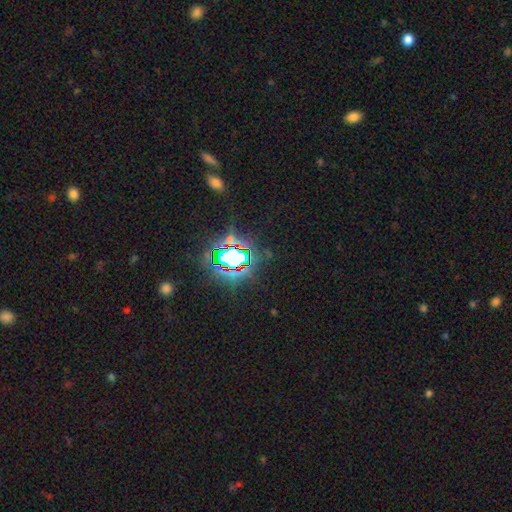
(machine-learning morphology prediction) Smooth or featured? Predicted: star or artifact (p=0.82).